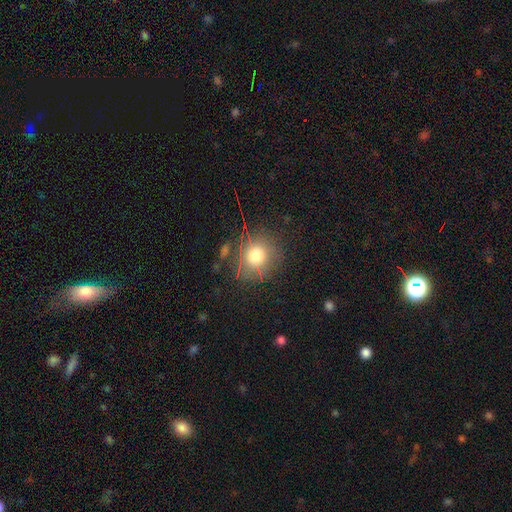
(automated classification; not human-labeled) This is likely a smooth galaxy (76%). How rounded: clearly round (82%). Merging: likely none (79%).